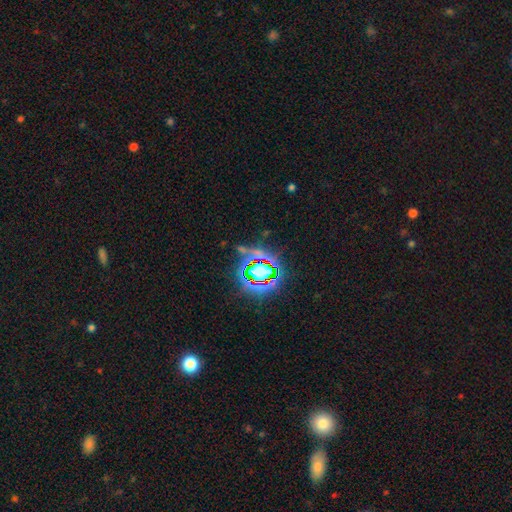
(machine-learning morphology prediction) type=star or artifact (81%).